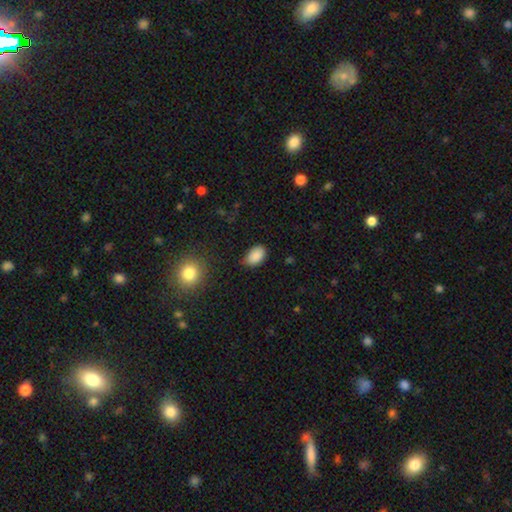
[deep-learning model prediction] smooth-or-featured: smooth: 88% | star or artifact: 8% | featured or disk: 4%
  how-rounded: in between: 90% | round: 9% | cigar-shaped: 1%
  merging: none: 72% | minor disturbance: 22% | major disturbance: 4% | merger: 2%